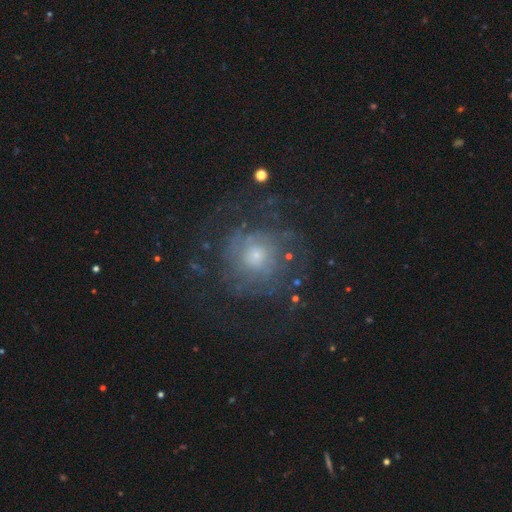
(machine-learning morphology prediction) Smooth or featured? featured or disk (65%)
Edge-on disk? no (97%)
Bar? no (82%)
Spiral arms? yes (77%)
Bulge size? small (58%)
Merging? none (66%)